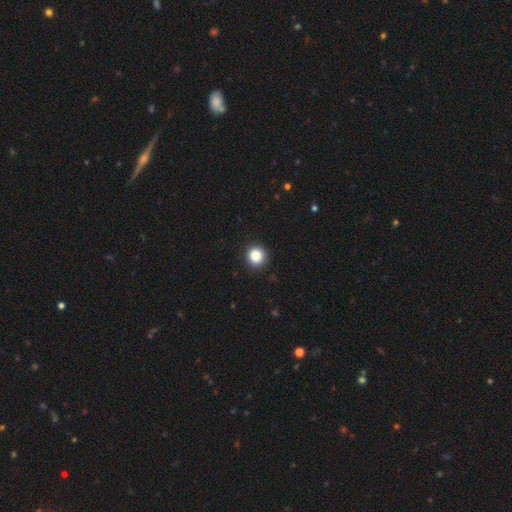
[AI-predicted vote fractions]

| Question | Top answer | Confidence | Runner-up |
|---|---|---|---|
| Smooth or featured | smooth | 86% | star or artifact (11%) |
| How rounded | round | 93% | in between (6%) |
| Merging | none | 92% | minor disturbance (5%) |